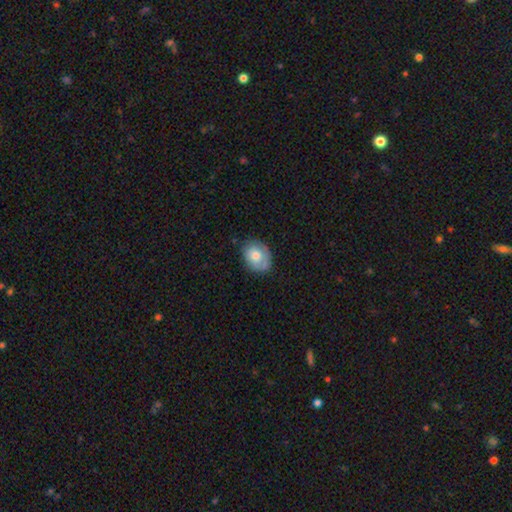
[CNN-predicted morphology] A smooth galaxy with no disk features (69%) that is in between round and cigar-shaped (58%).

Vote fractions:
- Smooth or featured? smooth: 69% / featured or disk: 23% / star or artifact: 8%
- How rounded? in between: 58% / round: 41% / cigar-shaped: 1%
- Merging? none: 65% / minor disturbance: 26% / major disturbance: 6% / merger: 3%